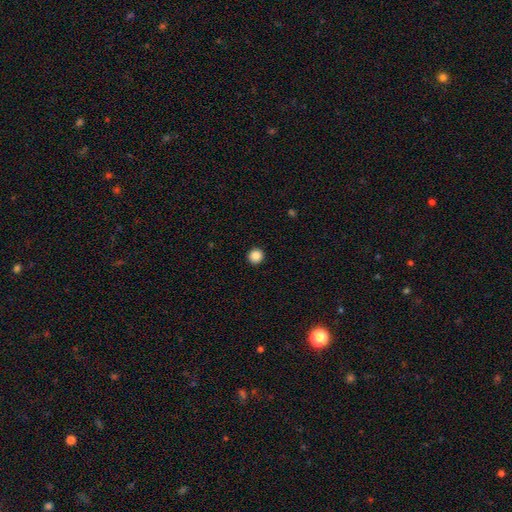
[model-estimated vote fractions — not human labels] Smooth or featured? smooth (88%)
How rounded? round (95%)
Merging? none (93%)